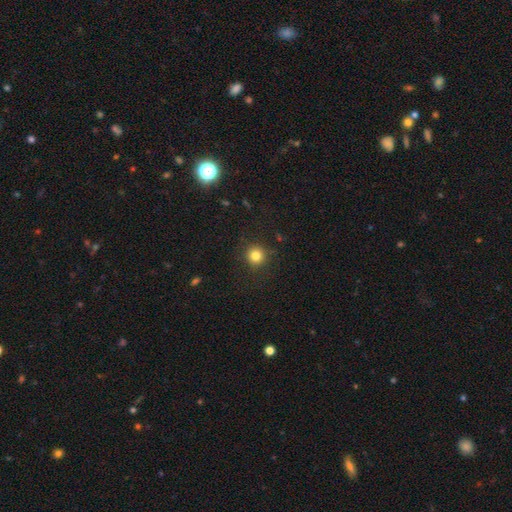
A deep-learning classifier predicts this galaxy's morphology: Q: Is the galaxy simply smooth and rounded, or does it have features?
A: smooth — 82%.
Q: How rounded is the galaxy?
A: round — 95%.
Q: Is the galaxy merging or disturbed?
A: none — 90%.